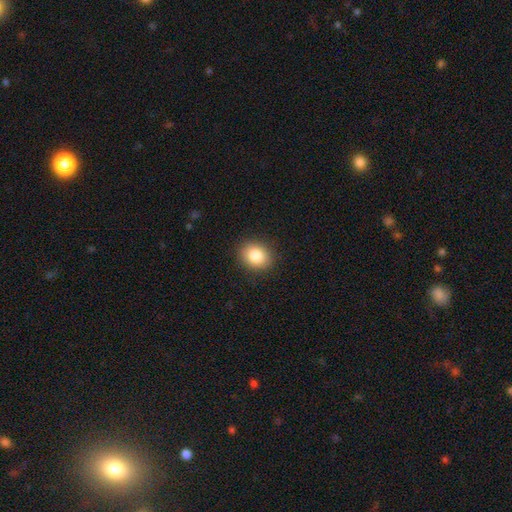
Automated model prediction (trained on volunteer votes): smooth 84%, star or artifact 9%, featured or disk 7%. Down the decision tree: how rounded — round (59%); merging — none (90%).